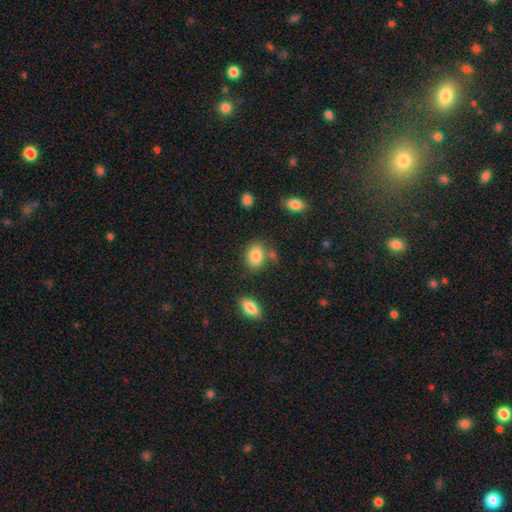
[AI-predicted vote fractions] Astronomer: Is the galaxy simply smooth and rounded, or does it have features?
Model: smooth — 85%.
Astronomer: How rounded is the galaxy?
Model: in between — 70%.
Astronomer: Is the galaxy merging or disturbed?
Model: none — 70%.